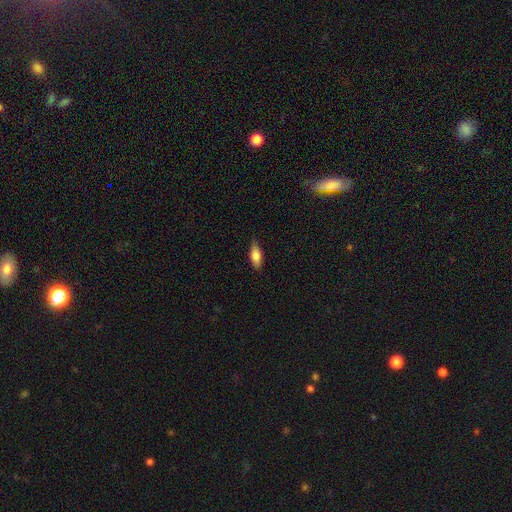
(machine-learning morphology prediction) A smooth galaxy with no disk features (78%) that is in between round and cigar-shaped (73%). Merging: none (81%).